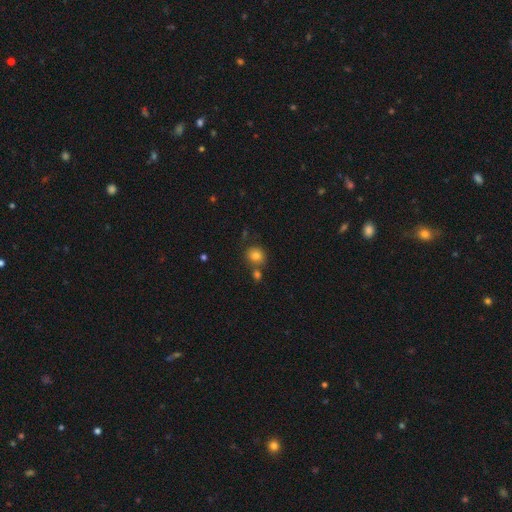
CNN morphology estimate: smooth_or_featured: smooth (p=0.81) [alt: star or artifact p=0.12]
how_rounded: round (p=0.83) [alt: in between p=0.16]
merging: none (p=0.70) [alt: merger p=0.18]